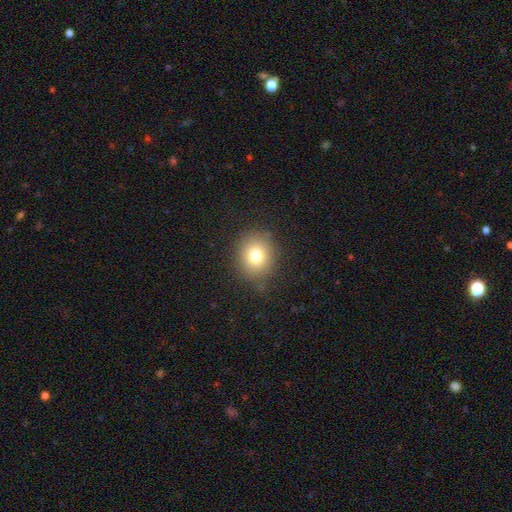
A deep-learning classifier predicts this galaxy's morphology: Smooth or featured? Predicted: smooth (p=0.77). How rounded? Predicted: round (p=0.73). Merging? Predicted: none (p=0.85).